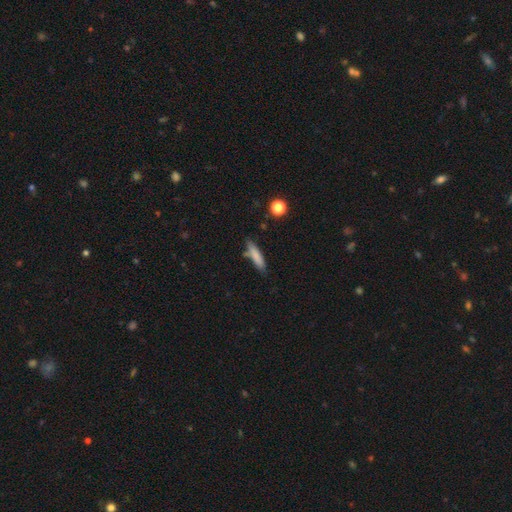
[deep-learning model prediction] This appears to be a smooth galaxy with no disk features (80%) that is cigar-shaped (80%). Merging: none (74%).